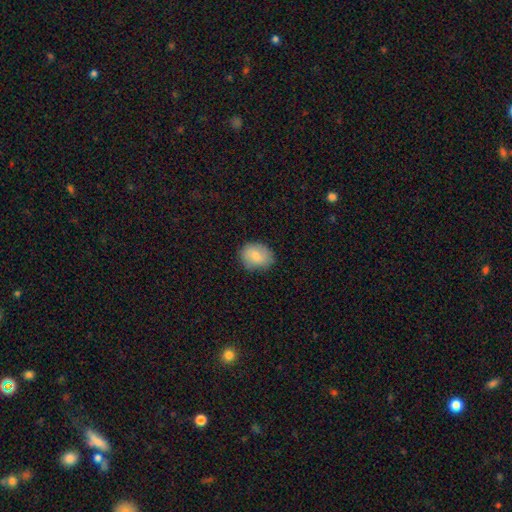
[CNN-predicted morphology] Smooth or featured?
  - smooth: 81% *
  - featured or disk: 12%
  - star or artifact: 7%
How rounded?
  - in between: 52% *
  - round: 47%
  - cigar-shaped: 1%
Merging?
  - none: 82% *
  - minor disturbance: 14%
  - major disturbance: 3%
  - merger: 1%